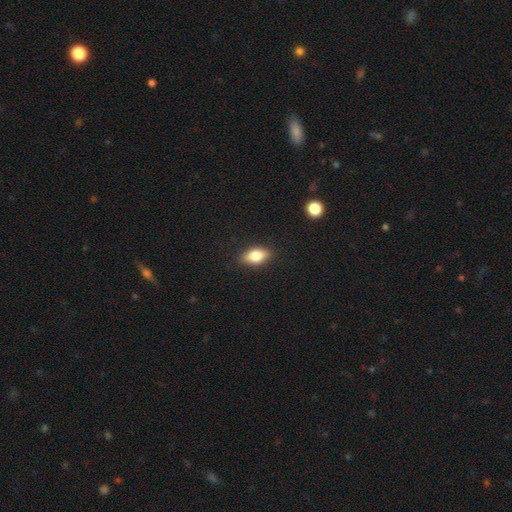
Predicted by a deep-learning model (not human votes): Smooth or featured: smooth — 78% (featured or disk — 14%)
How rounded: in between — 86% (cigar-shaped — 7%)
Merging: none — 88% (minor disturbance — 9%)